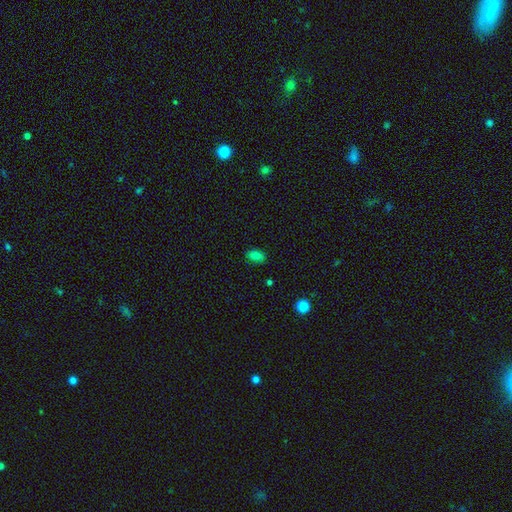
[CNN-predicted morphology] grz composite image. It shows a smooth galaxy with no disk features (79%) that is in between round and cigar-shaped (85%). Merging: none (85%).